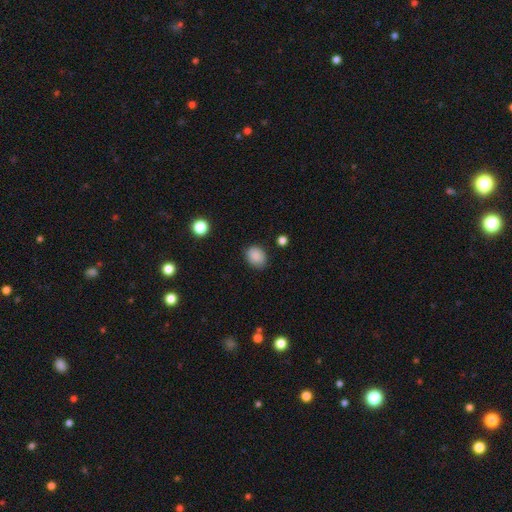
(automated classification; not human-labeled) Smooth or featured? smooth (87%)
How rounded? in between (57%)
Merging? none (79%)